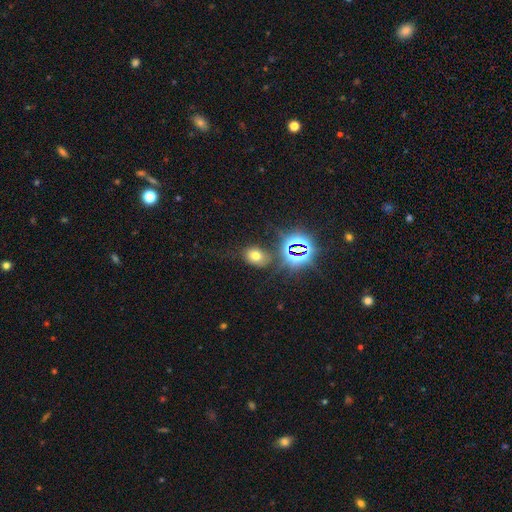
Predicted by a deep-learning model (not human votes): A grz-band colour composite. It shows a smooth galaxy with no disk features (60%) that is in between round and cigar-shaped (69%). Merging: none (77%).